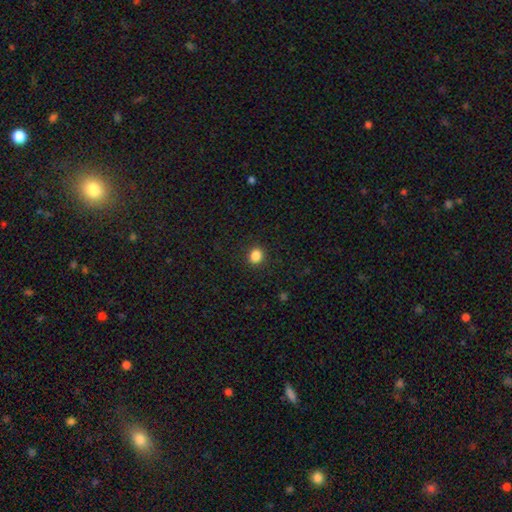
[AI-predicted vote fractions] Q: Smooth or featured?
A: smooth (85%); runner-up: star or artifact (11%)
Q: How rounded?
A: round (74%); runner-up: in between (25%)
Q: Merging?
A: none (91%); runner-up: minor disturbance (6%)